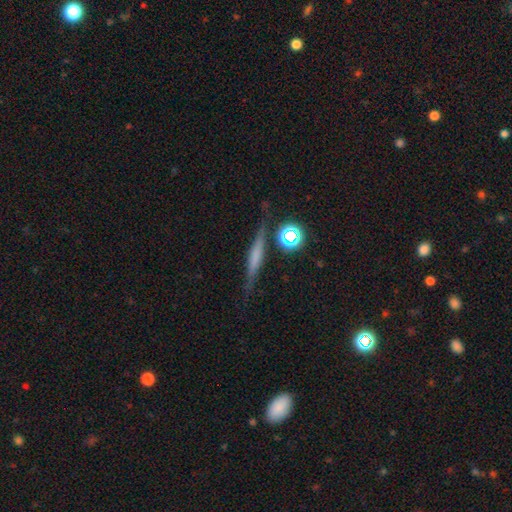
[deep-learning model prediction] Smooth or featured? Predicted: featured or disk (p=0.48). Merging? Predicted: none (p=0.80).